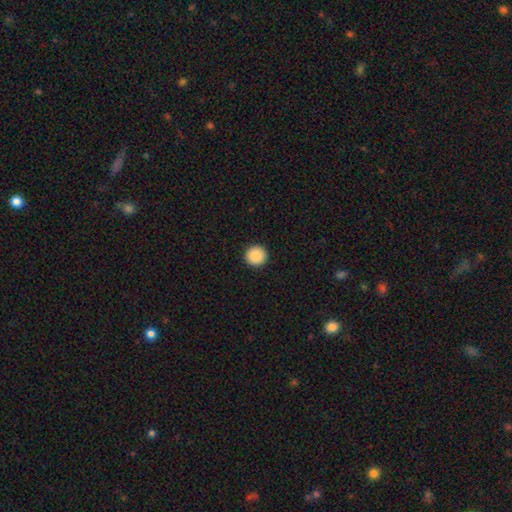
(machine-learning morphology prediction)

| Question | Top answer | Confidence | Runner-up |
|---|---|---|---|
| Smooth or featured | smooth | 88% | star or artifact (9%) |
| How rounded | round | 96% | in between (3%) |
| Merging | none | 94% | minor disturbance (4%) |